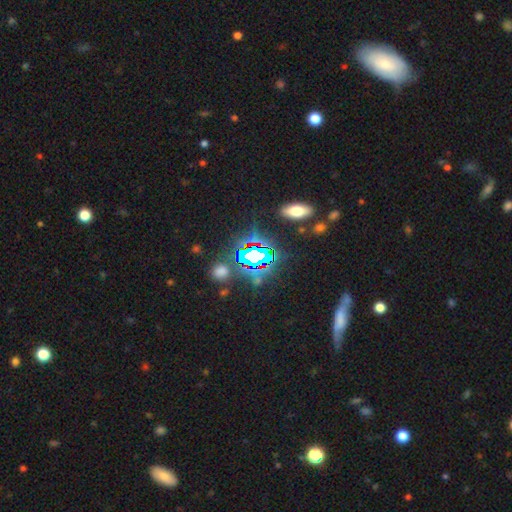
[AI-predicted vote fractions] A star or artifact, not a galaxy (73%).